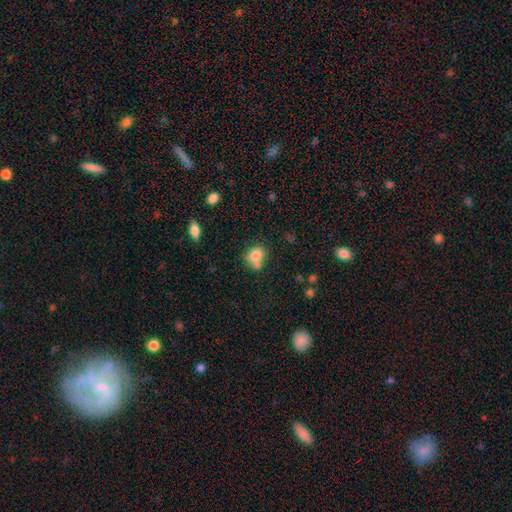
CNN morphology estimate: Q: Smooth or featured?
A: smooth (79%); runner-up: featured or disk (11%)
Q: How rounded?
A: round (57%); runner-up: in between (42%)
Q: Merging?
A: none (45%); runner-up: merger (36%)